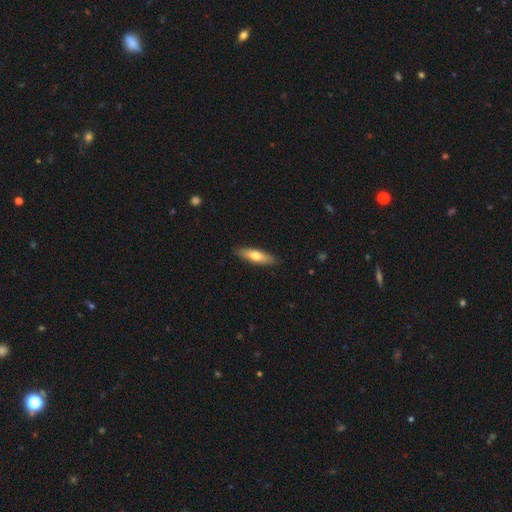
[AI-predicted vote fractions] Smooth or featured?
  - smooth: 64% *
  - featured or disk: 30%
  - star or artifact: 6%
How rounded?
  - cigar-shaped: 65% *
  - in between: 34%
  - round: 2%
Merging?
  - none: 89% *
  - minor disturbance: 9%
  - major disturbance: 2%
  - merger: 1%